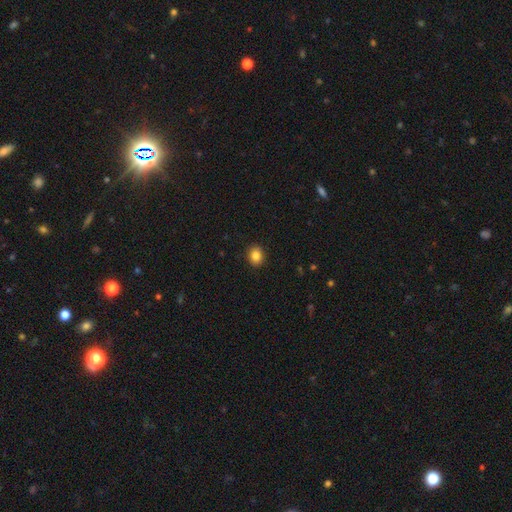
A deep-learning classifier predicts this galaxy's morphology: Smooth or featured? Predicted: smooth (p=0.85). How rounded? Predicted: round (p=0.56). Merging? Predicted: none (p=0.91).